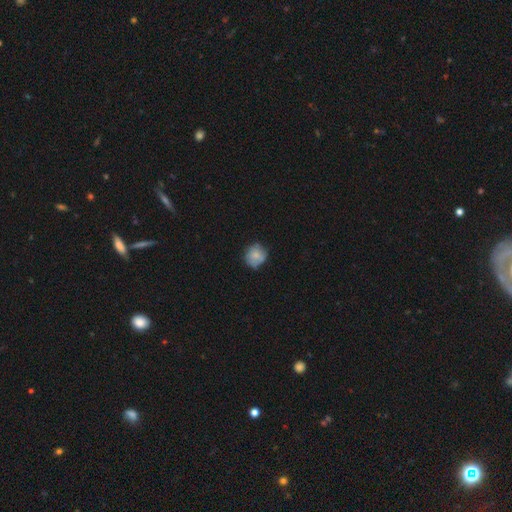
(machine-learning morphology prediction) A smooth galaxy with no disk features (71%) that is round (84%). Merging: none (65%).